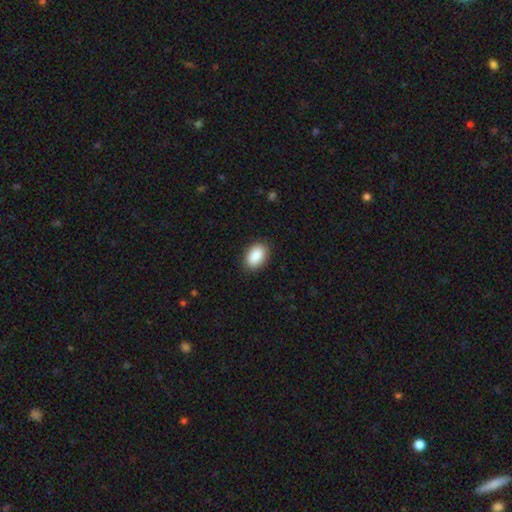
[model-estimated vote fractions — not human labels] This is clearly a smooth galaxy (90%). How rounded: clearly in between (90%). Merging: clearly none (88%).